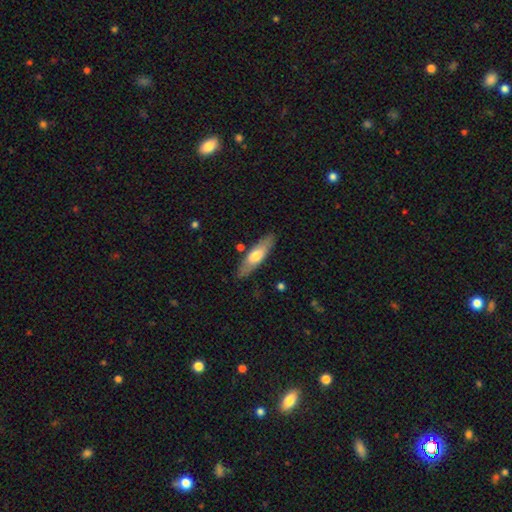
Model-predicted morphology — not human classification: Smooth or featured?
  - smooth: 58% *
  - featured or disk: 36%
  - star or artifact: 5%
How rounded?
  - cigar-shaped: 58% *
  - in between: 40%
  - round: 2%
Merging?
  - none: 83% *
  - minor disturbance: 12%
  - merger: 3%
  - major disturbance: 3%